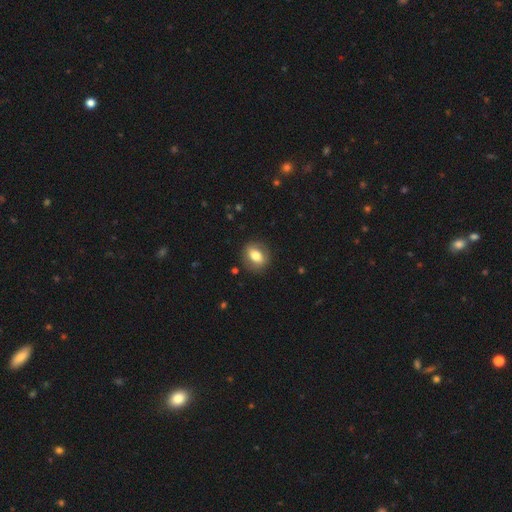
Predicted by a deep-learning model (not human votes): Smooth or featured?
  - smooth: 68% *
  - featured or disk: 24%
  - star or artifact: 8%
How rounded?
  - in between: 51% *
  - round: 47%
  - cigar-shaped: 2%
Merging?
  - none: 85% *
  - minor disturbance: 10%
  - major disturbance: 4%
  - merger: 1%